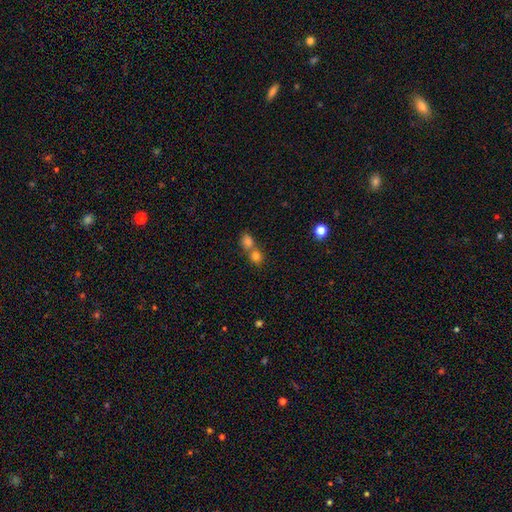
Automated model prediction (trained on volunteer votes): Smooth or featured? Predicted: smooth (p=0.79). How rounded? Predicted: round (p=0.76). Merging? Predicted: merger (p=0.55).